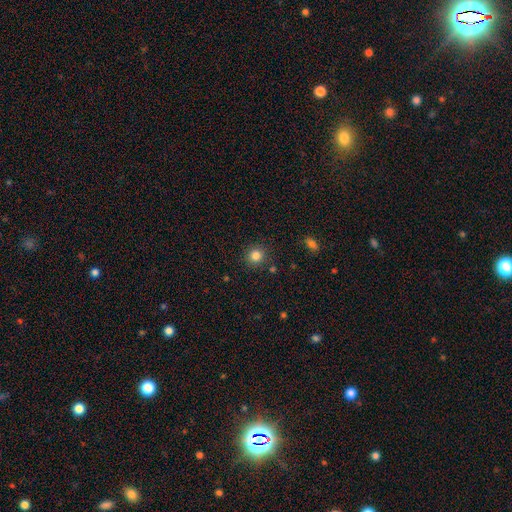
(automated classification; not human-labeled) Overall: smooth (83%). How rounded: round (91%). Merging: none (88%).